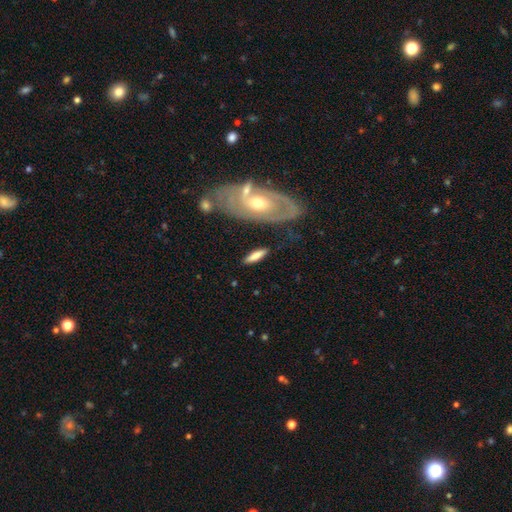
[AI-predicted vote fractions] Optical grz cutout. It shows a smooth galaxy with no disk features (68%) that is cigar-shaped (59%). Merging: none (76%).